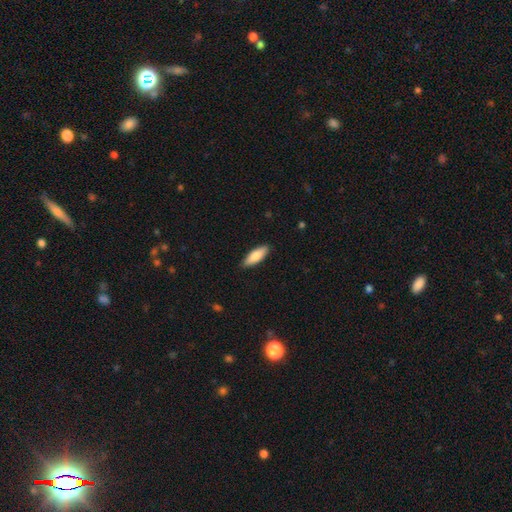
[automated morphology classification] Overall: smooth (81%). How rounded: in between (65%; cigar-shaped 33%). Merging: none (88%).